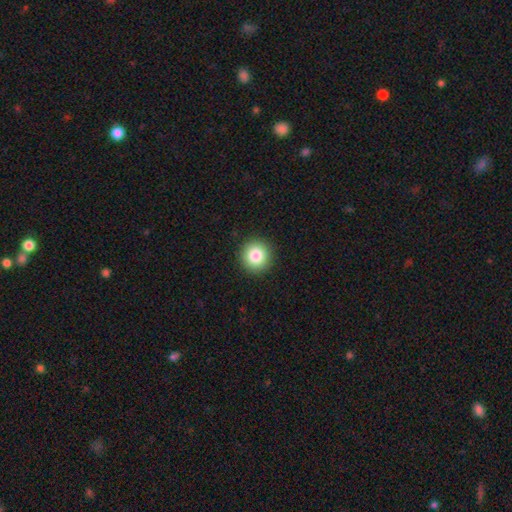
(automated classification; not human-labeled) Morphology: type=smooth (83%); roundness=round (93%); merging=none (92%).